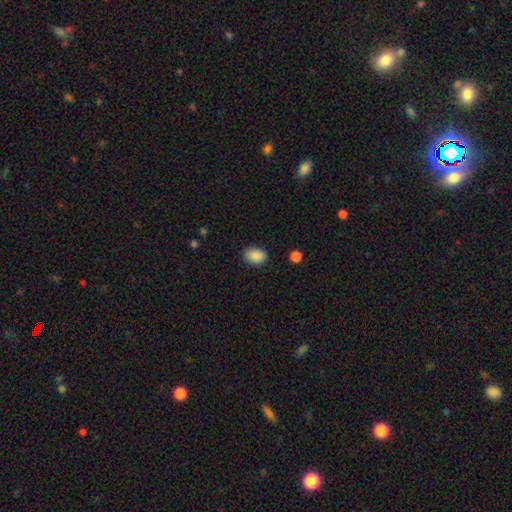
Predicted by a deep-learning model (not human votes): Q: Smooth or featured?
A: smooth (89%); runner-up: star or artifact (8%)
Q: How rounded?
A: in between (78%); runner-up: round (21%)
Q: Merging?
A: none (85%); runner-up: minor disturbance (11%)